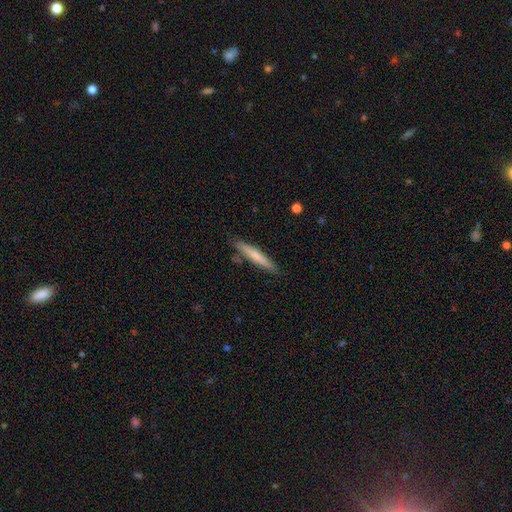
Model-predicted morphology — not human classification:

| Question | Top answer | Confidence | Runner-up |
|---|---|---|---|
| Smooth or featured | smooth | 63% | featured or disk (31%) |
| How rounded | cigar-shaped | 93% | in between (5%) |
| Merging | none | 84% | minor disturbance (11%) |